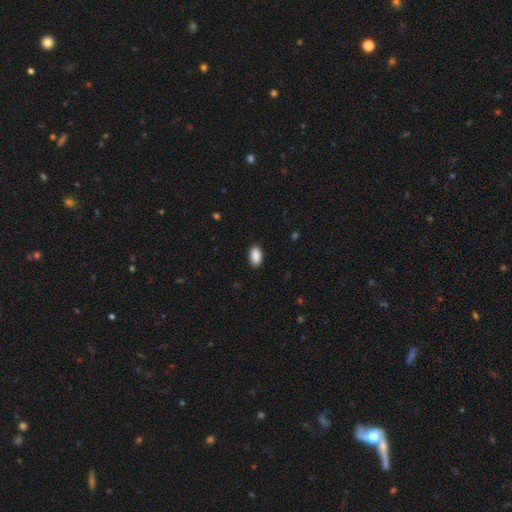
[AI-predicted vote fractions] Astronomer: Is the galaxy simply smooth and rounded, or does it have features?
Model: smooth — 90%.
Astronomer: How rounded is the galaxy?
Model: in between — 93%.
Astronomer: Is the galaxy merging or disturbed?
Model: none — 89%.